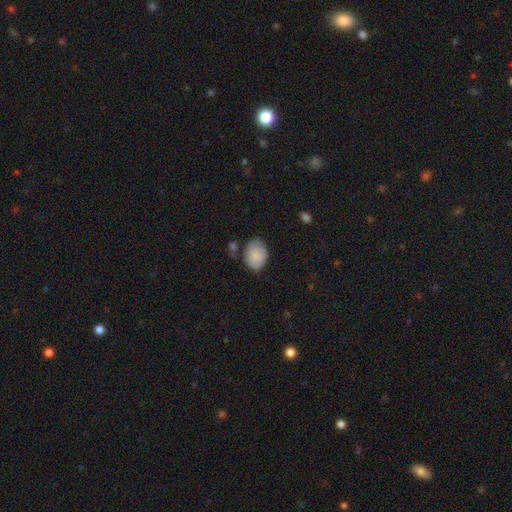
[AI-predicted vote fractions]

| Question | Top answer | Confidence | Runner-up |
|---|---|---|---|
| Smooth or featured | smooth | 81% | featured or disk (13%) |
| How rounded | in between | 73% | round (26%) |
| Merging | none | 57% | minor disturbance (29%) |